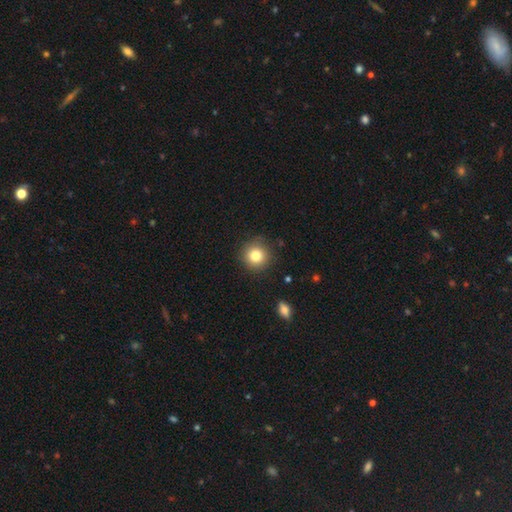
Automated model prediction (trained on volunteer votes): Smooth or featured? Predicted: smooth (p=0.81). How rounded? Predicted: round (p=0.94). Merging? Predicted: none (p=0.88).